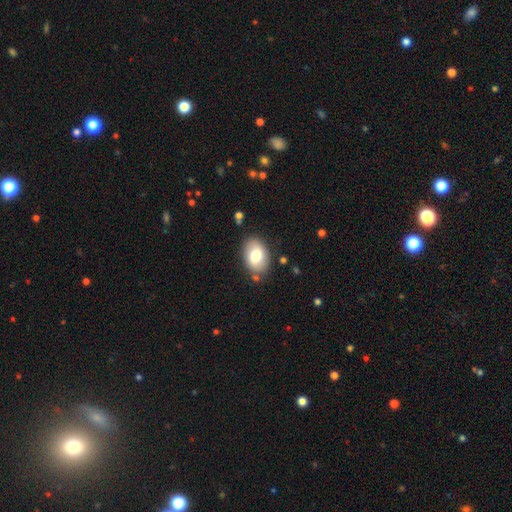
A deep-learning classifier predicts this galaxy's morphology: Smooth or featured? smooth (76%)
How rounded? in between (86%)
Merging? none (82%)